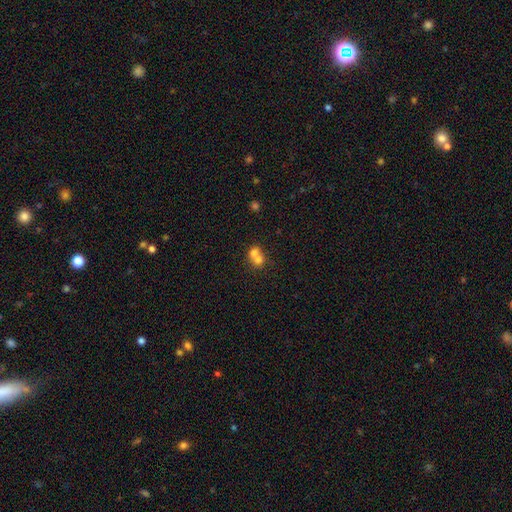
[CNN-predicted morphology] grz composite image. It shows a smooth galaxy with no disk features (71%) that is round (71%). Merging: merger (69%).